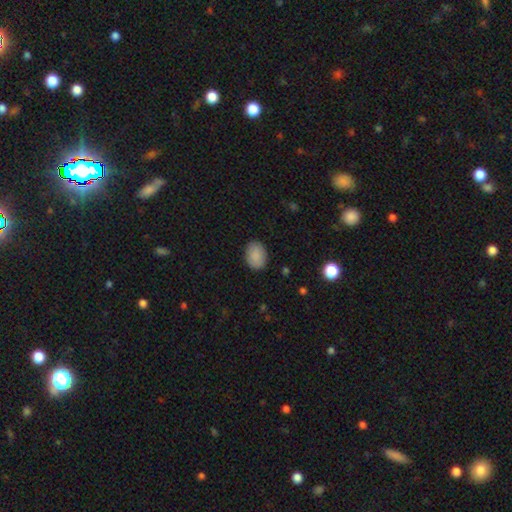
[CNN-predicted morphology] type=smooth (88%); roundness=in between (72%); merging=none (87%).